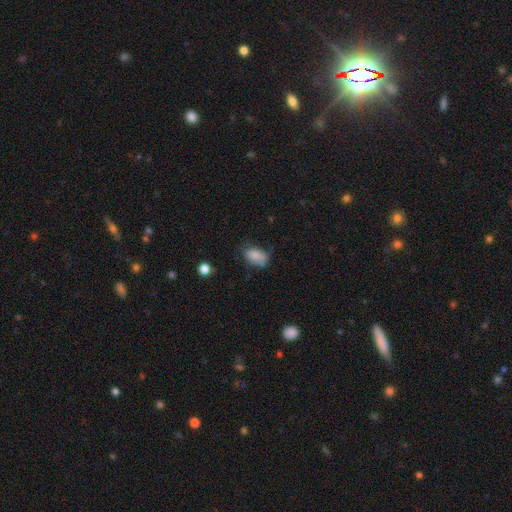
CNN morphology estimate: Q: Smooth or featured?
A: smooth (79%); runner-up: featured or disk (11%)
Q: How rounded?
A: in between (87%); runner-up: round (12%)
Q: Merging?
A: none (50%); runner-up: minor disturbance (33%)